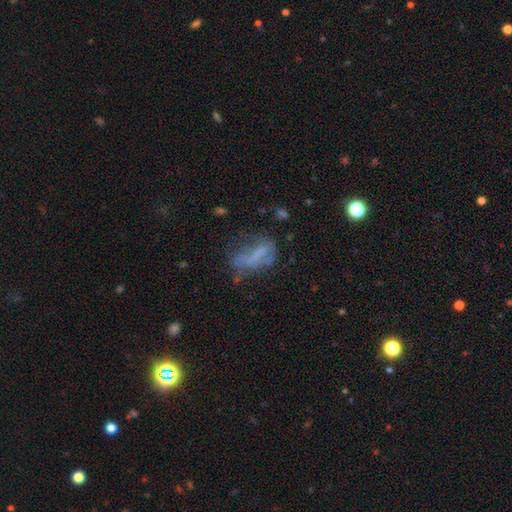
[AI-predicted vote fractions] Morphology: type=featured or disk (42%); merging=none (36%).